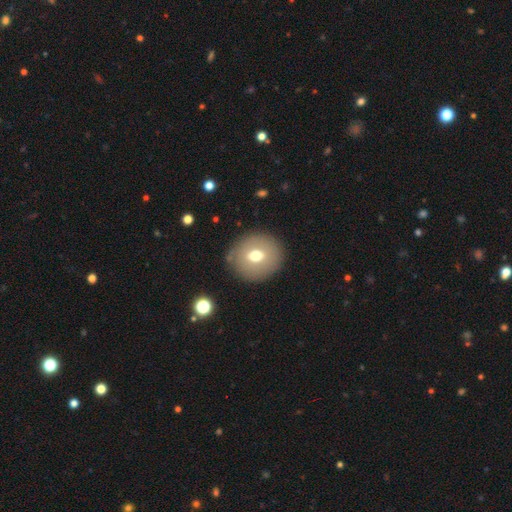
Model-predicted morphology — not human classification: Smooth or featured?
  - smooth: 65% *
  - featured or disk: 25%
  - star or artifact: 10%
How rounded?
  - round: 84% *
  - in between: 15%
  - cigar-shaped: 1%
Merging?
  - none: 85% *
  - minor disturbance: 10%
  - major disturbance: 4%
  - merger: 2%